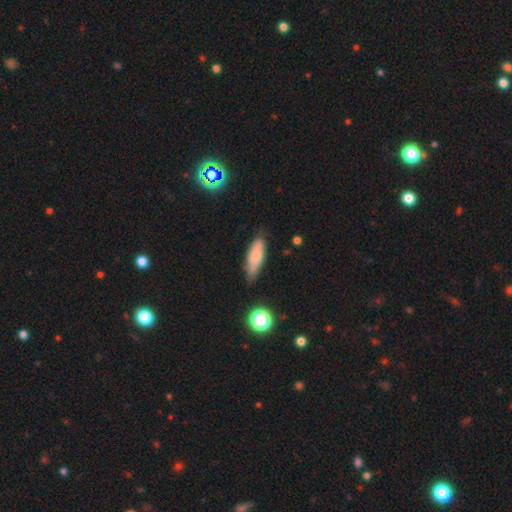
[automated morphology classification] Smooth or featured?
  - smooth: 68% *
  - featured or disk: 24%
  - star or artifact: 8%
How rounded?
  - in between: 58% *
  - cigar-shaped: 39%
  - round: 3%
Merging?
  - none: 62% *
  - minor disturbance: 29%
  - major disturbance: 6%
  - merger: 3%